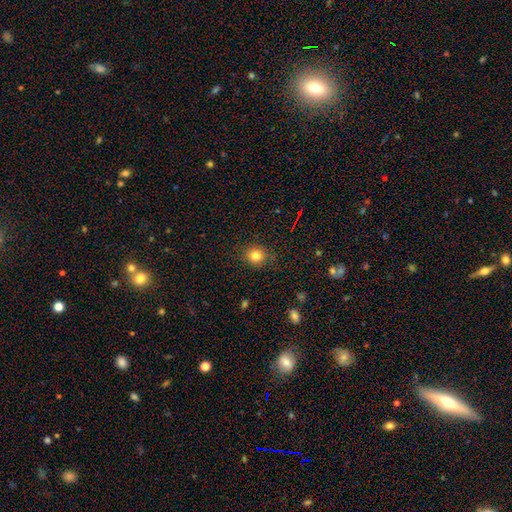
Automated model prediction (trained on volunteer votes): Overall: smooth (82%). How rounded: round (83%). Merging: none (87%).